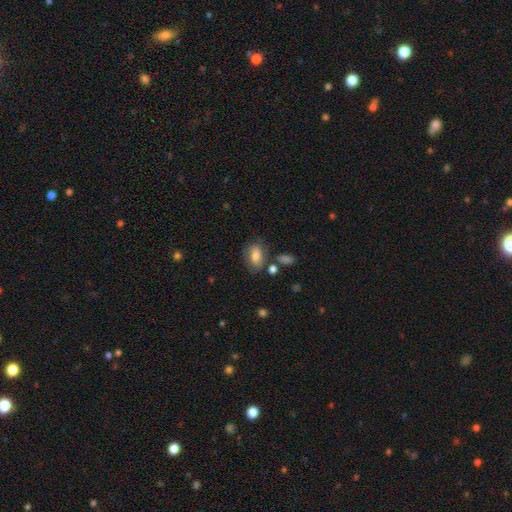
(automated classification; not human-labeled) smooth 73%, featured or disk 19%, star or artifact 8%. Down the decision tree: how rounded — in between (84%); merging — none (65%).